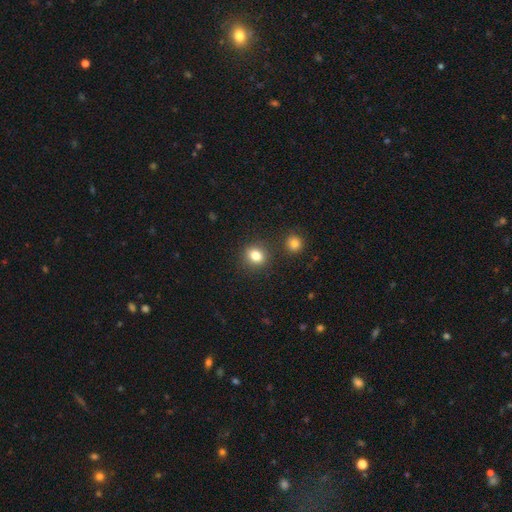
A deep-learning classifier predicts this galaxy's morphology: Overall: smooth (82%). How rounded: round (67%; in between 32%). Merging: none (84%).